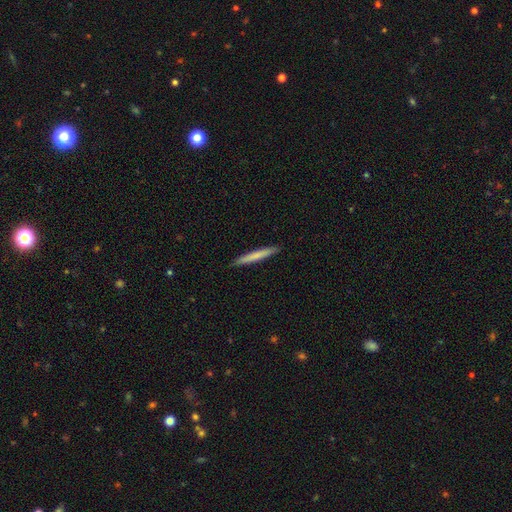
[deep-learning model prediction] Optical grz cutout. It shows a smooth galaxy with no disk features (71%) that is cigar-shaped (97%). Merging: none (92%).